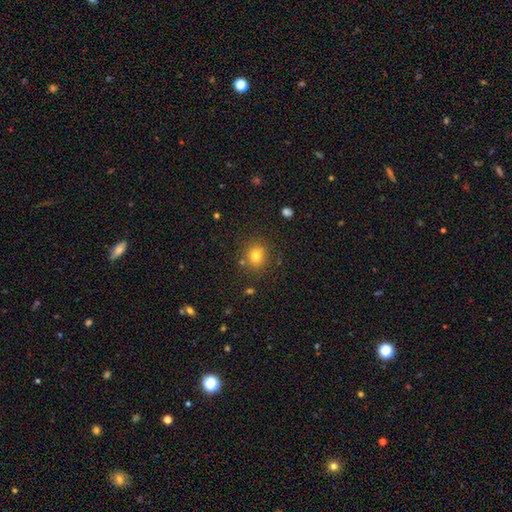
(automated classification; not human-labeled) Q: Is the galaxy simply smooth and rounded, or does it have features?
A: smooth — 77%.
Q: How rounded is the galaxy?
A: round — 80%.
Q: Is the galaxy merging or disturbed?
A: none — 81%.